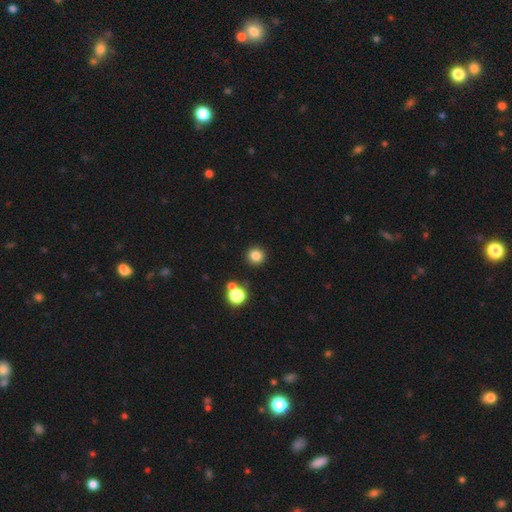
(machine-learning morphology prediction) Smooth or featured?
  - smooth: 82% *
  - star or artifact: 13%
  - featured or disk: 5%
How rounded?
  - round: 93% *
  - in between: 6%
  - cigar-shaped: 1%
Merging?
  - none: 88% *
  - minor disturbance: 6%
  - merger: 4%
  - major disturbance: 2%